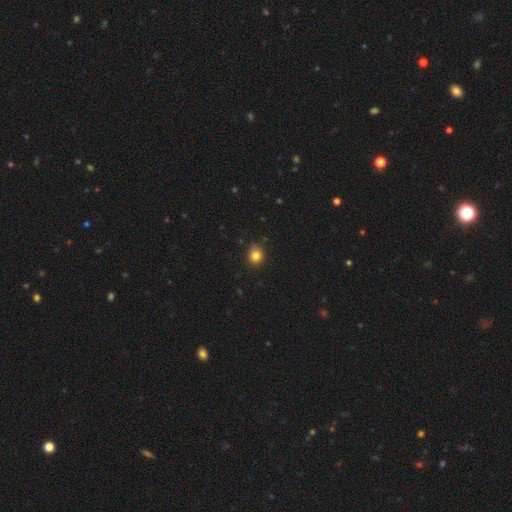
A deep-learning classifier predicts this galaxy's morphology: A smooth galaxy with no disk features (82%) that is round (74%). Merging: none (73%).